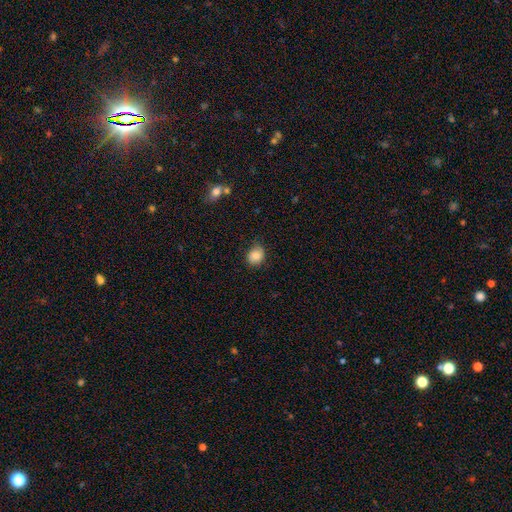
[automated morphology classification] Smooth or featured: smooth — 82% (star or artifact — 9%)
How rounded: round — 64% (in between — 36%)
Merging: none — 71% (minor disturbance — 23%)